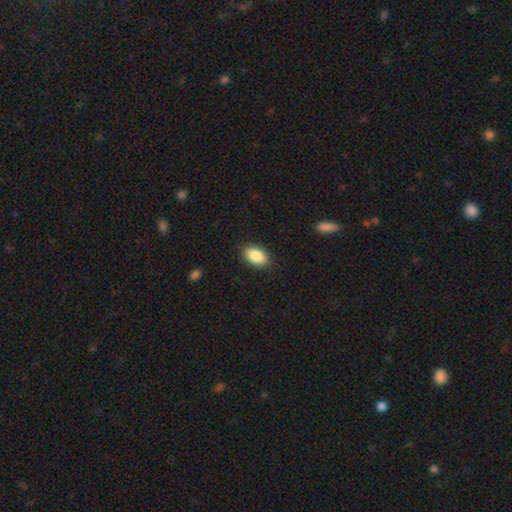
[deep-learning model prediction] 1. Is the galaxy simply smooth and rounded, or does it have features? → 89% smooth, 7% star or artifact, 5% featured or disk.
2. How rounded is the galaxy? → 93% in between, 5% round, 2% cigar-shaped.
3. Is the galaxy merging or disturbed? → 88% none, 9% minor disturbance, 2% major disturbance, 1% merger.